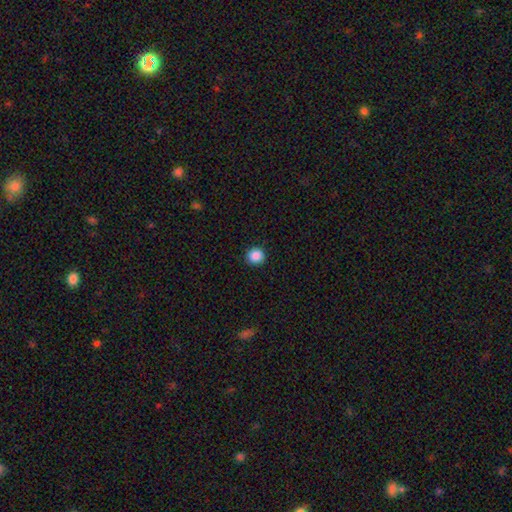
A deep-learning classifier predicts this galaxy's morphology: type=smooth (88%); roundness=round (95%); merging=none (93%).